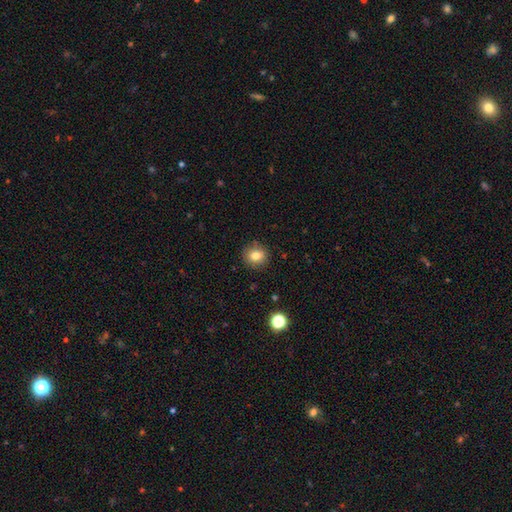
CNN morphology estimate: smooth_or_featured: smooth (p=0.79) [alt: star or artifact p=0.12]
how_rounded: round (p=0.88) [alt: in between p=0.11]
merging: none (p=0.87) [alt: minor disturbance p=0.09]